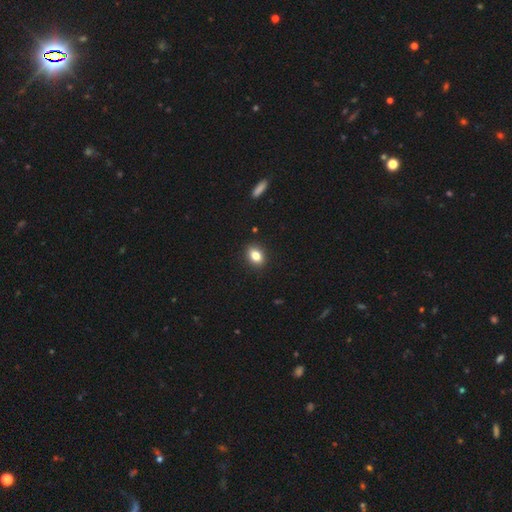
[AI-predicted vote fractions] This appears to be a smooth galaxy with no disk features (81%) that is in between round and cigar-shaped (70%). Merging: none (89%).